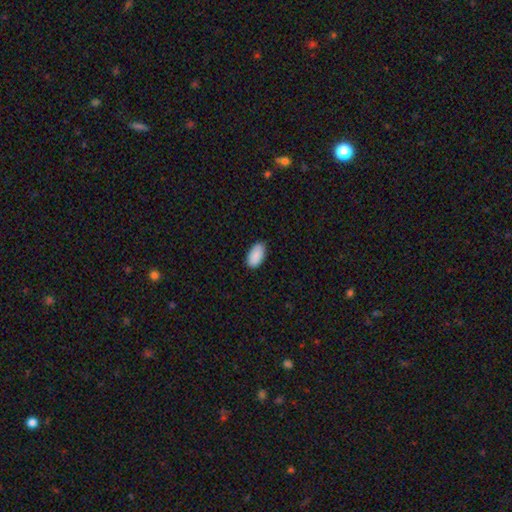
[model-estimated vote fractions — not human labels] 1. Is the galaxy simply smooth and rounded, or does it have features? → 89% smooth, 6% star or artifact, 4% featured or disk.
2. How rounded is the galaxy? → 95% in between, 3% round, 2% cigar-shaped.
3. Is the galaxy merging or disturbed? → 81% none, 16% minor disturbance, 2% major disturbance, 1% merger.